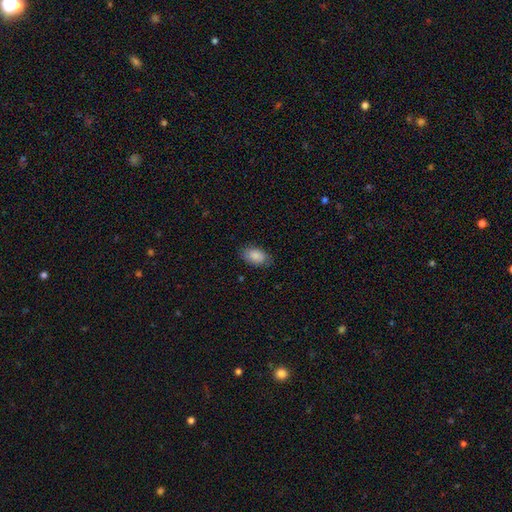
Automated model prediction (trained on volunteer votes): The model was most divided on "merging": none: 80%, minor disturbance: 15%, major disturbance: 3%, merger: 1%. More confident: how rounded — in between (93%); smooth or featured — smooth (86%).